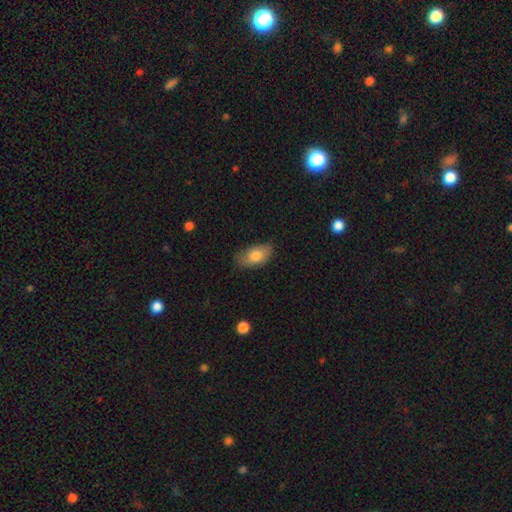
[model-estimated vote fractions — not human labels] Smooth or featured? smooth (79%)
How rounded? in between (92%)
Merging? none (72%)